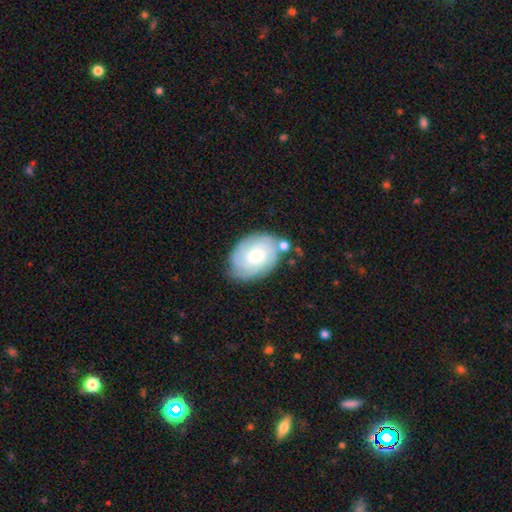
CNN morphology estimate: The model was most divided on "spiral arm count": can't tell: 39%, 3: 22%, 2: 17%, 4: 13%, more than 4: 5%, 1: 4%. More confident: edge-on disk — no (96%); spiral arms — yes (90%); merging — none (70%); bar — no (68%); spiral winding — tight (68%); smooth or featured — featured or disk (65%); bulge size — moderate (61%).